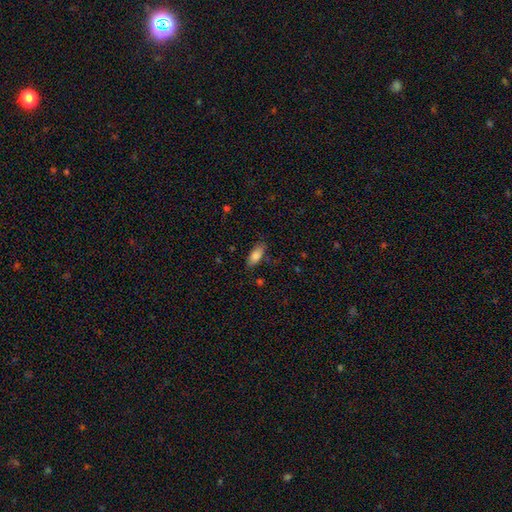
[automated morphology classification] type=smooth (83%); roundness=in between (83%); merging=none (75%).